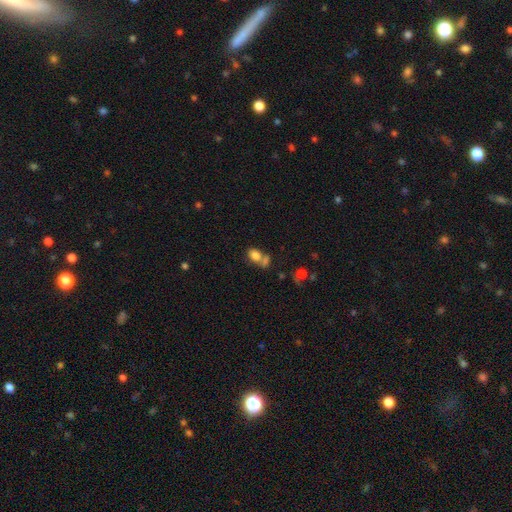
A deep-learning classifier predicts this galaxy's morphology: Smooth or featured?
  - smooth: 79% *
  - star or artifact: 11%
  - featured or disk: 10%
How rounded?
  - in between: 70% *
  - round: 28%
  - cigar-shaped: 2%
Merging?
  - merger: 46% *
  - none: 37%
  - minor disturbance: 11%
  - major disturbance: 6%